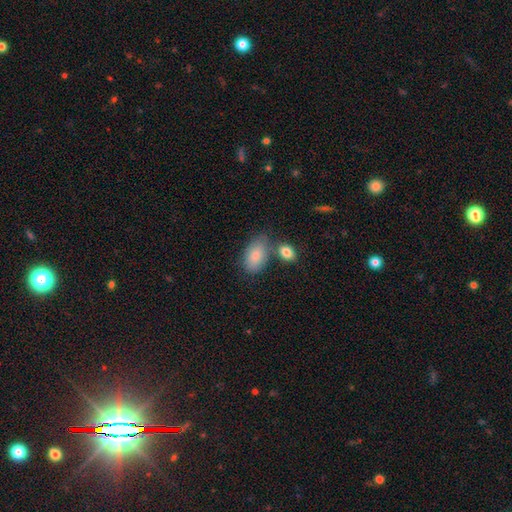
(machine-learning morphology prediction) The model was most divided on "merging": none: 58%, merger: 20%, minor disturbance: 18%, major disturbance: 5%. More confident: how rounded — in between (92%); smooth or featured — smooth (84%).